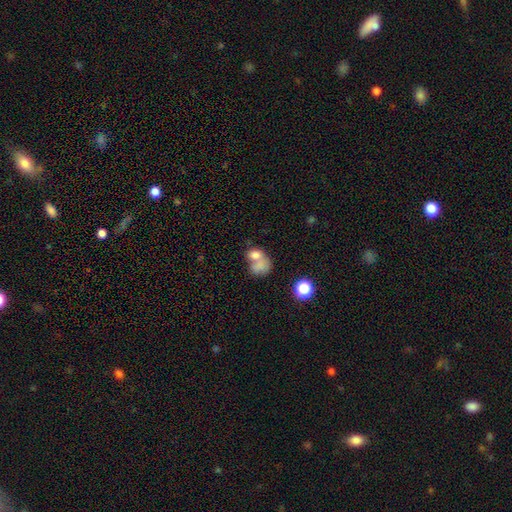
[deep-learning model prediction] Overall: smooth (71%). How rounded: in between (58%; round 41%). Merging: merger (62%).